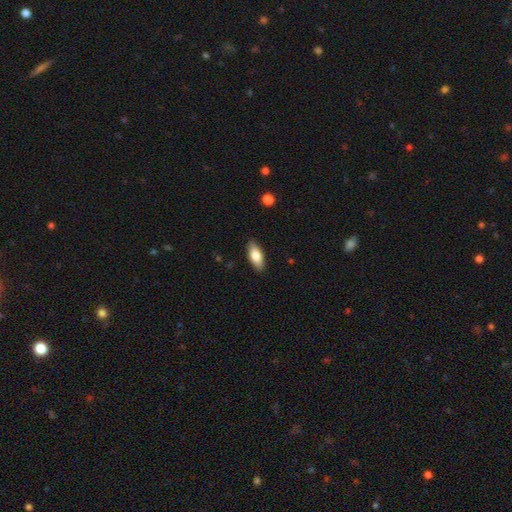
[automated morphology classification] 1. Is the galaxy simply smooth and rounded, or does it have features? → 77% smooth, 17% featured or disk, 6% star or artifact.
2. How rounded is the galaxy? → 81% in between, 17% cigar-shaped, 3% round.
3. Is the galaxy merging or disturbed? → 88% none, 9% minor disturbance, 2% major disturbance, 1% merger.